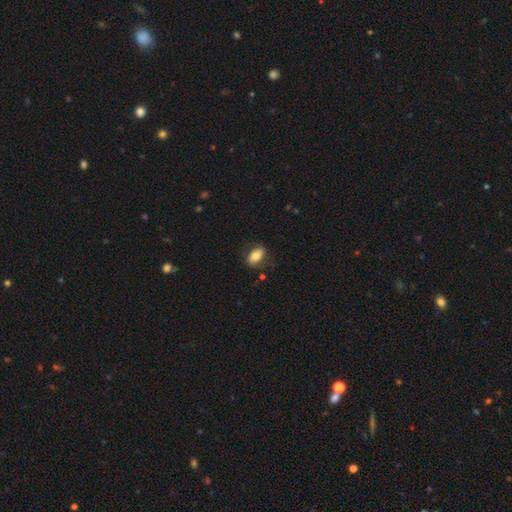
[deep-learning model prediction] A smooth galaxy with no disk features (77%) that is in between round and cigar-shaped (89%).

Vote fractions:
- Smooth or featured? smooth: 77% / featured or disk: 16% / star or artifact: 7%
- How rounded? in between: 89% / round: 9% / cigar-shaped: 3%
- Merging? none: 76% / minor disturbance: 16% / major disturbance: 5% / merger: 2%